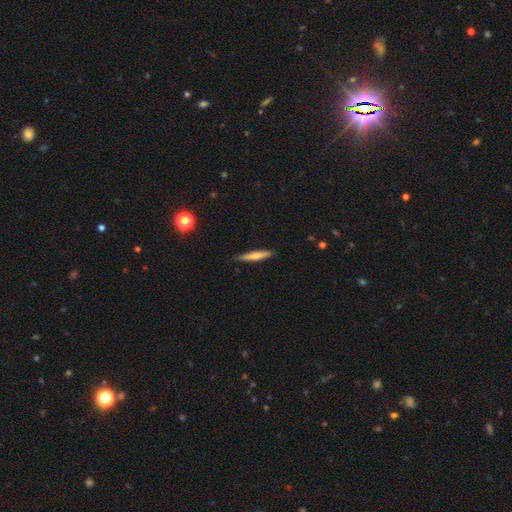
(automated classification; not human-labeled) Q: Smooth or featured?
A: smooth (61%); runner-up: featured or disk (33%)
Q: How rounded?
A: cigar-shaped (92%); runner-up: in between (6%)
Q: Merging?
A: none (85%); runner-up: minor disturbance (12%)